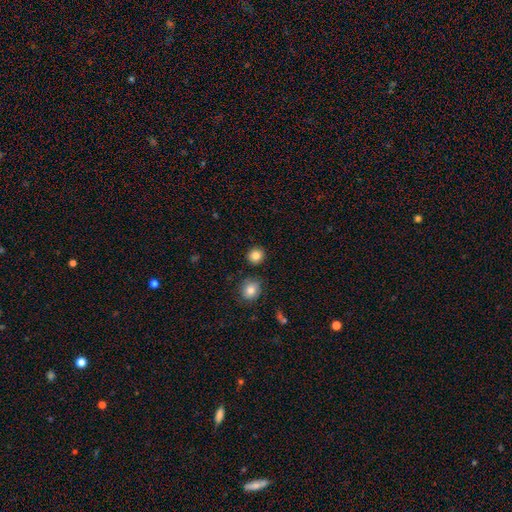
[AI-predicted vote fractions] Morphology: type=smooth (84%); roundness=round (90%); merging=none (88%).